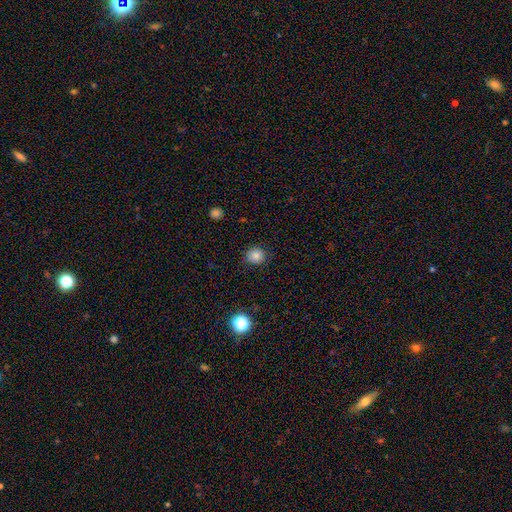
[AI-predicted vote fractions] smooth_or_featured: smooth (p=0.83) [alt: star or artifact p=0.12]
how_rounded: round (p=0.84) [alt: in between p=0.15]
merging: none (p=0.87) [alt: minor disturbance p=0.09]